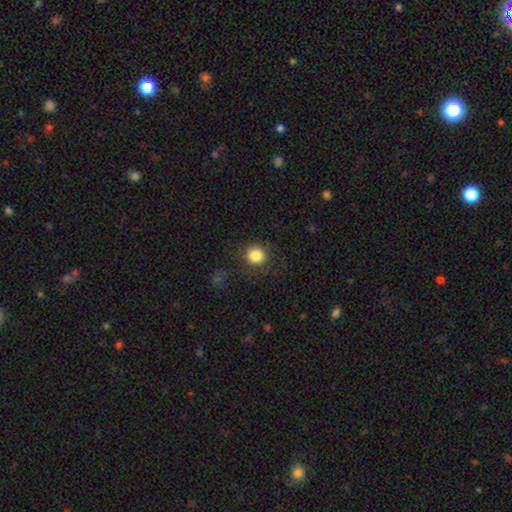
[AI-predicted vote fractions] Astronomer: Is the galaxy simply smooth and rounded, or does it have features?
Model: smooth — 84%.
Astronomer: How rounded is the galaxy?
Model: round — 92%.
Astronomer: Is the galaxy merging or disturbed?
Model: none — 84%.